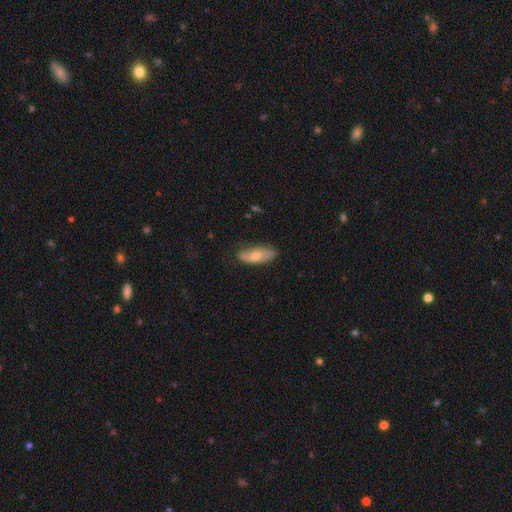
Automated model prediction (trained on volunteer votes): A smooth galaxy with no disk features (61%) that is in between round and cigar-shaped (76%).

Vote fractions:
- Smooth or featured? smooth: 61% / featured or disk: 33% / star or artifact: 6%
- How rounded? in between: 76% / cigar-shaped: 21% / round: 3%
- Merging? none: 72% / minor disturbance: 22% / major disturbance: 4% / merger: 1%